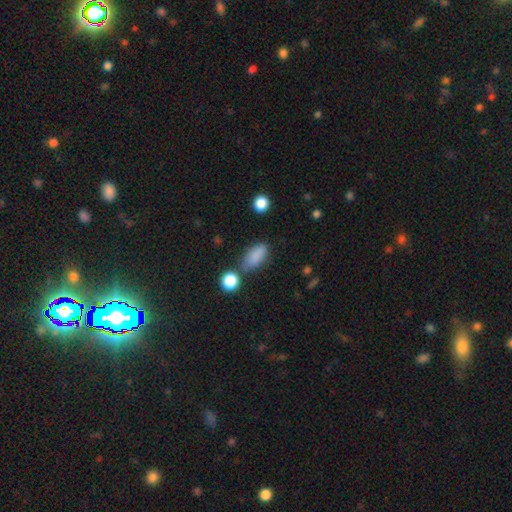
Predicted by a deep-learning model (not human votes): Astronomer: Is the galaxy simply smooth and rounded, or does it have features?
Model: smooth — 85%.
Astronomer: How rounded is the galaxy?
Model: in between — 85%.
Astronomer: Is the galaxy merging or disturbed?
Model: none — 64%.